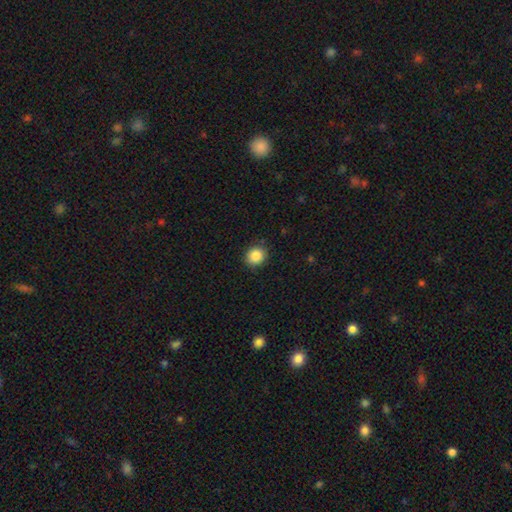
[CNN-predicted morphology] Smooth or featured?
  - smooth: 87% *
  - star or artifact: 9%
  - featured or disk: 4%
How rounded?
  - round: 83% *
  - in between: 16%
  - cigar-shaped: 1%
Merging?
  - none: 88% *
  - minor disturbance: 8%
  - major disturbance: 2%
  - merger: 1%